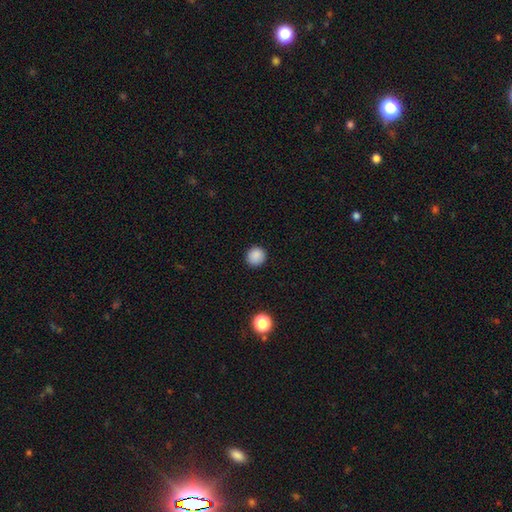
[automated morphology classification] A smooth galaxy with no disk features (88%) that is round (93%).

Vote fractions:
- Smooth or featured? smooth: 88% / star or artifact: 10% / featured or disk: 3%
- How rounded? round: 93% / in between: 6% / cigar-shaped: 1%
- Merging? none: 92% / minor disturbance: 5% / major disturbance: 2% / merger: 1%